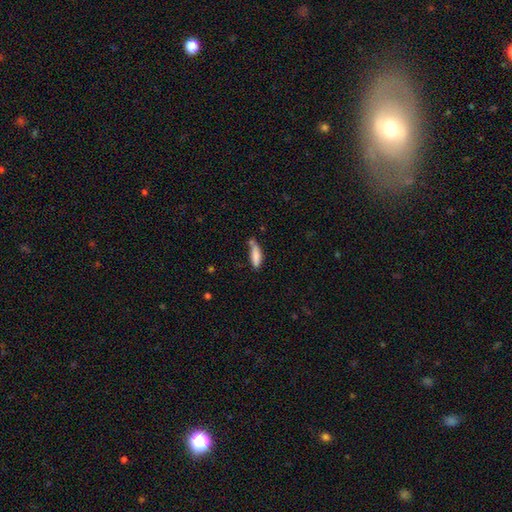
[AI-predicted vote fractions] smooth-or-featured: smooth: 83% | featured or disk: 9% | star or artifact: 7%
  how-rounded: cigar-shaped: 53% | in between: 45% | round: 2%
  merging: none: 48% | minor disturbance: 28% | merger: 17% | major disturbance: 7%